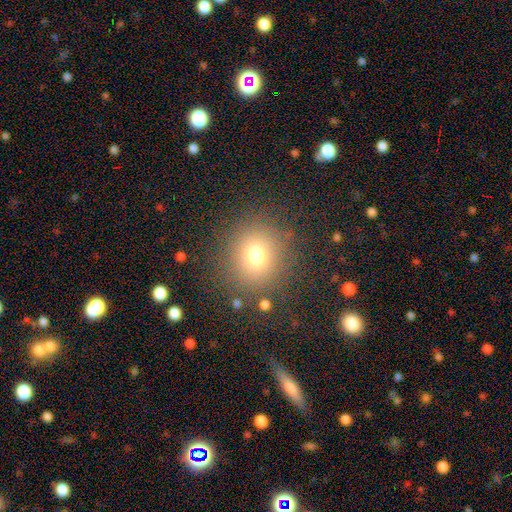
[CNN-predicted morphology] This appears to be a smooth galaxy with no disk features (72%) that is round (88%). Merging: none (85%).